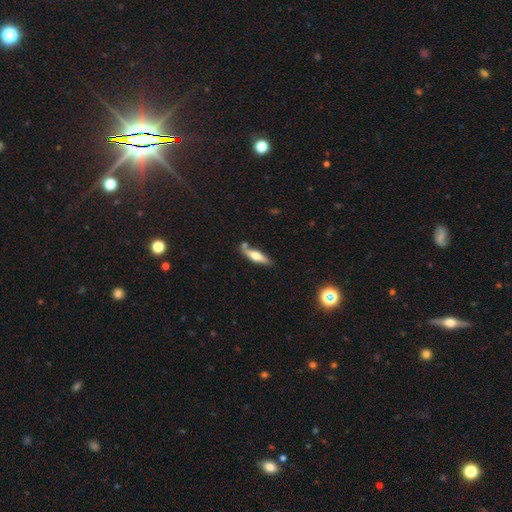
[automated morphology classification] Smooth or featured?
  - smooth: 50% *
  - featured or disk: 44%
  - star or artifact: 6%
Merging?
  - none: 71% *
  - minor disturbance: 16%
  - merger: 10%
  - major disturbance: 3%